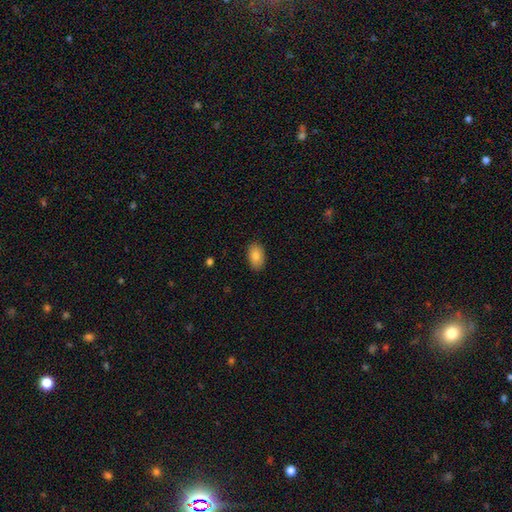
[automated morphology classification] Smooth or featured? smooth (83%)
How rounded? in between (91%)
Merging? none (87%)